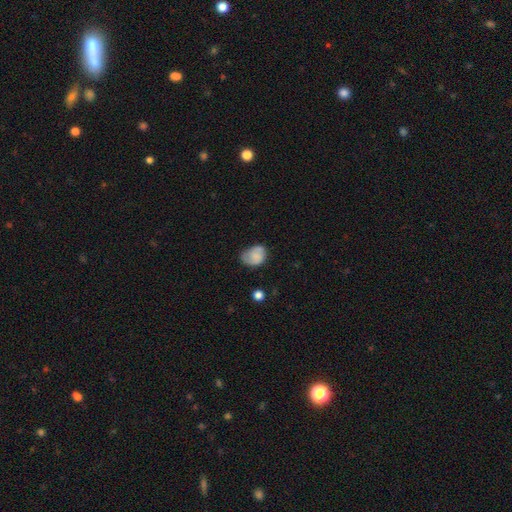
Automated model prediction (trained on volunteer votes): smooth_or_featured: smooth (p=0.67) [alt: featured or disk p=0.25]
how_rounded: in between (p=0.61) [alt: round p=0.38]
merging: none (p=0.52) [alt: minor disturbance p=0.34]